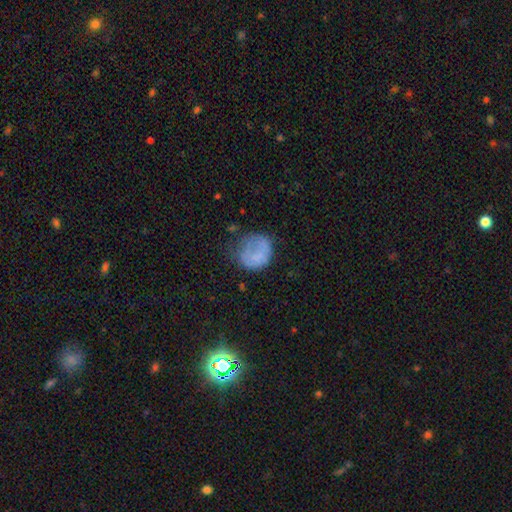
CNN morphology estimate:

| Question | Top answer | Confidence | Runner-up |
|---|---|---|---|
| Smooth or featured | smooth | 66% | featured or disk (23%) |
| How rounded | round | 75% | in between (24%) |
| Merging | none | 45% | minor disturbance (29%) |